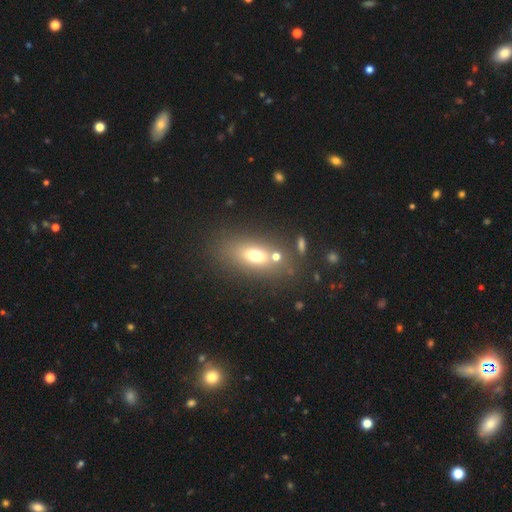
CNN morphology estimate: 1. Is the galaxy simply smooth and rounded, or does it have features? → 67% smooth, 19% featured or disk, 14% star or artifact.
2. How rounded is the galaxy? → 75% in between, 17% round, 8% cigar-shaped.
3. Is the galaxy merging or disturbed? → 65% none, 17% merger, 12% minor disturbance, 6% major disturbance.